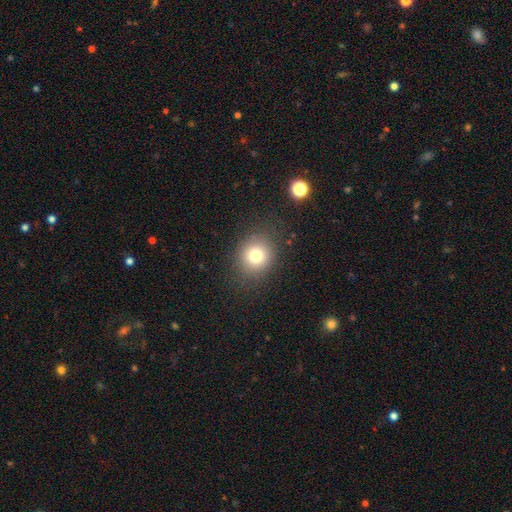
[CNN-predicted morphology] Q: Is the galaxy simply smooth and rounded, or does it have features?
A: smooth — 76%.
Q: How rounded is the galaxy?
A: round — 80%.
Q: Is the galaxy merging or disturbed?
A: none — 85%.